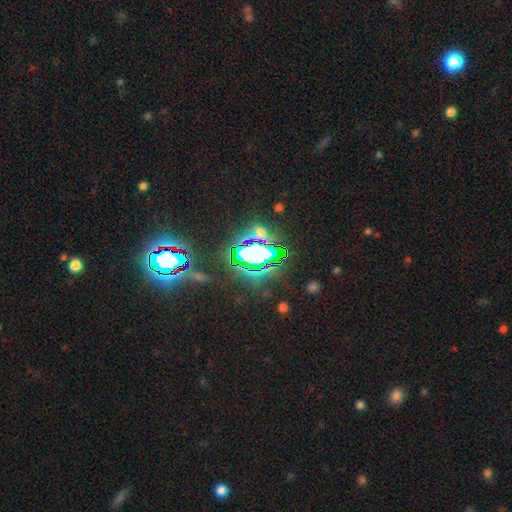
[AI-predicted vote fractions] The model was most divided on "smooth or featured": star or artifact: 73%, smooth: 16%, featured or disk: 11%.